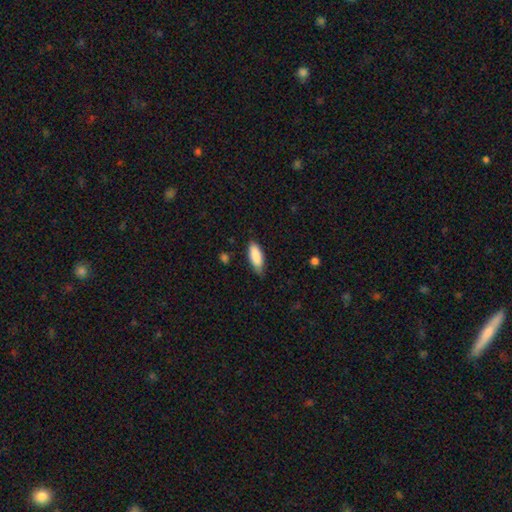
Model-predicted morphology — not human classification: Q: Smooth or featured?
A: smooth (88%); runner-up: featured or disk (7%)
Q: How rounded?
A: in between (77%); runner-up: cigar-shaped (21%)
Q: Merging?
A: none (75%); runner-up: minor disturbance (21%)